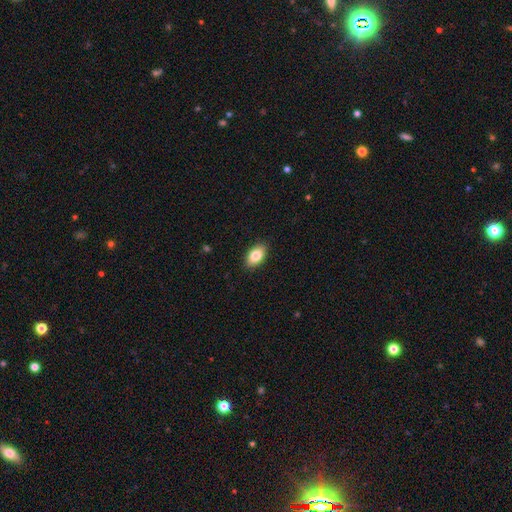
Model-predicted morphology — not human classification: Smooth or featured: smooth — 83% (featured or disk — 9%)
How rounded: in between — 92% (round — 6%)
Merging: none — 89% (minor disturbance — 9%)